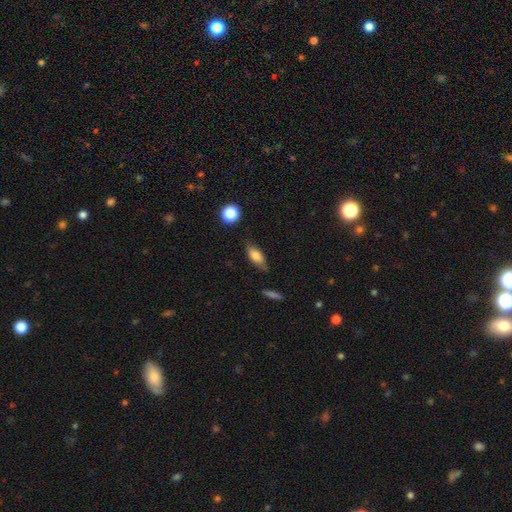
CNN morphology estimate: A smooth galaxy with no disk features (77%) that is in between round and cigar-shaped (76%).

Vote fractions:
- Smooth or featured? smooth: 77% / featured or disk: 15% / star or artifact: 8%
- How rounded? in between: 76% / cigar-shaped: 19% / round: 5%
- Merging? none: 73% / minor disturbance: 20% / major disturbance: 4% / merger: 3%